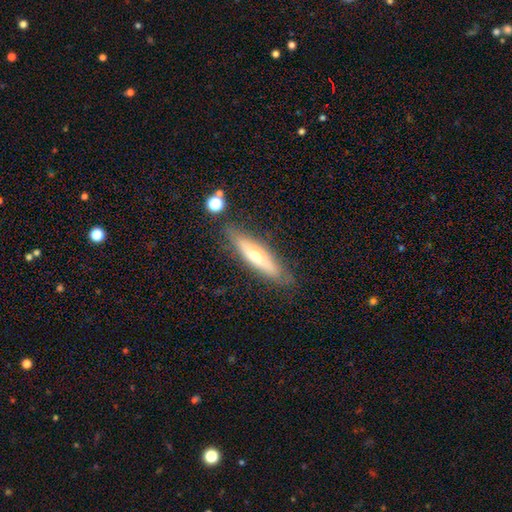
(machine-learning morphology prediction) Overall: smooth (46%, tied with featured or disk). Merging: none (77%).